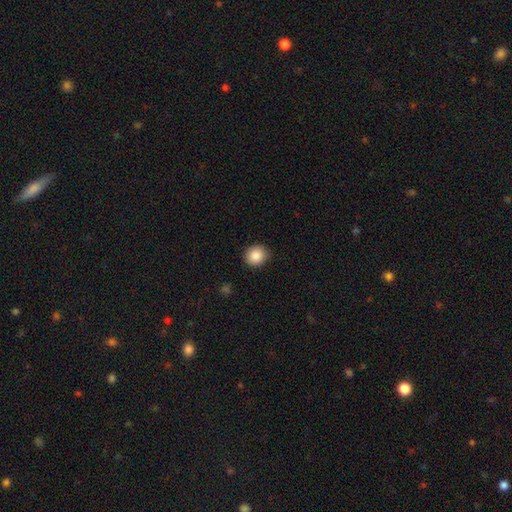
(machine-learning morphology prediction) smooth-or-featured: smooth: 87% | star or artifact: 9% | featured or disk: 4%
  how-rounded: round: 85% | in between: 14% | cigar-shaped: 1%
  merging: none: 87% | minor disturbance: 9% | major disturbance: 2% | merger: 1%